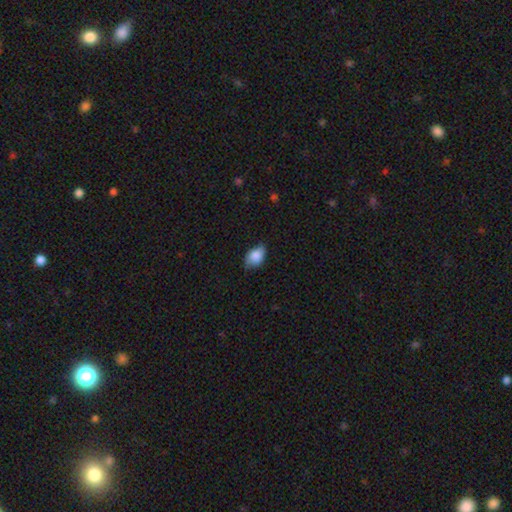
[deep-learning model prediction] smooth_or_featured: smooth (p=0.83) [alt: featured or disk p=0.10]
how_rounded: in between (p=0.86) [alt: round p=0.13]
merging: none (p=0.64) [alt: minor disturbance p=0.30]